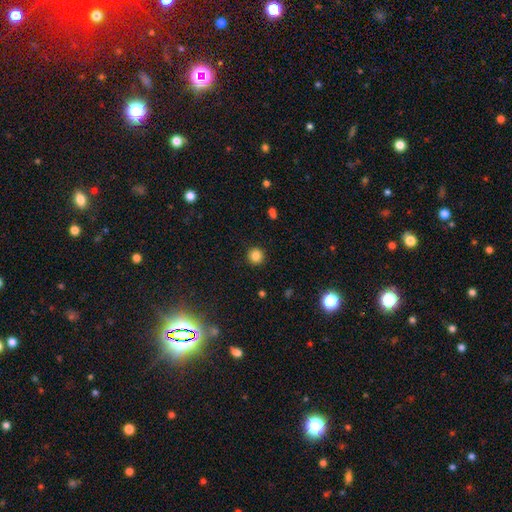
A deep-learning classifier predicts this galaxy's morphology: This is clearly a smooth galaxy (84%). How rounded: clearly round (94%). Merging: clearly none (92%).